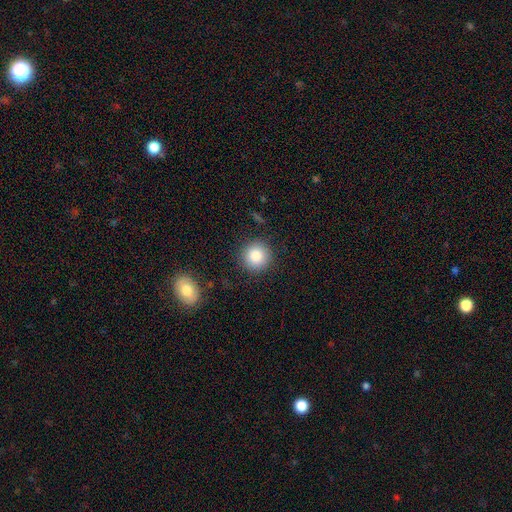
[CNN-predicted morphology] Overall: smooth (84%). How rounded: round (94%). Merging: none (89%).